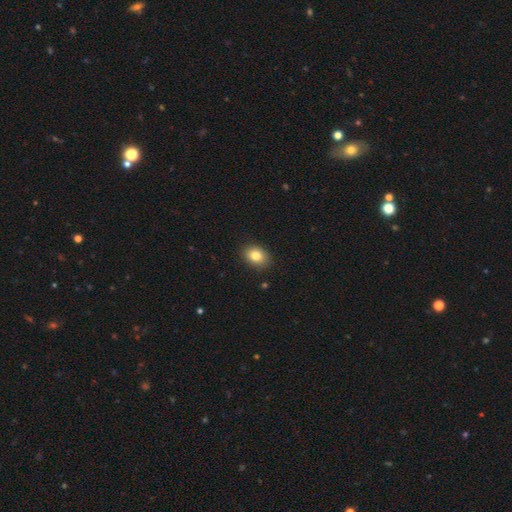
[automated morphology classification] The model was most divided on "how rounded": in between: 69%, round: 30%, cigar-shaped: 1%. More confident: merging — none (88%); smooth or featured — smooth (83%).